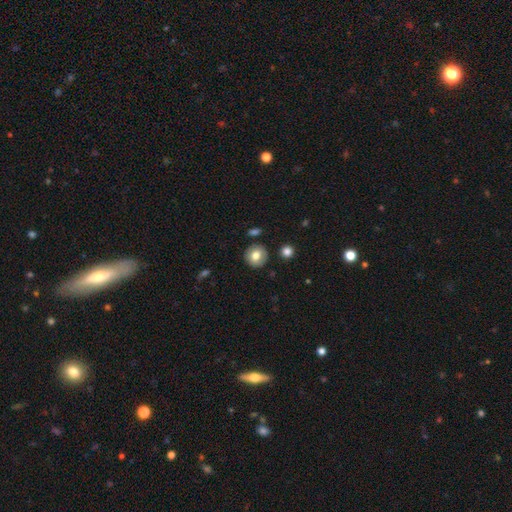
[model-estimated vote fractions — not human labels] Smooth or featured? smooth (76%)
How rounded? round (89%)
Merging? none (87%)